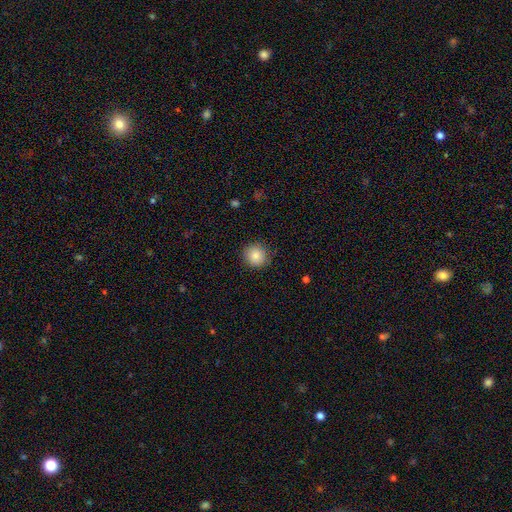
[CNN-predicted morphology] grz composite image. It shows a smooth galaxy with no disk features (84%) that is round (90%). Merging: none (88%).